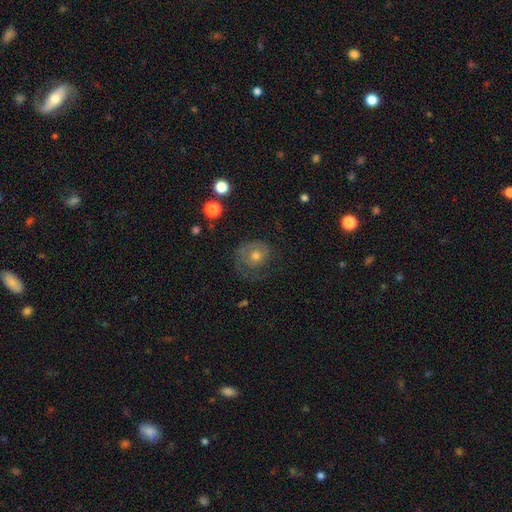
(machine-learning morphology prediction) This appears to be a featured or disk galaxy (59%) with no bar (84%), spiral arms (69%) and a moderate central bulge (66%). Merging: none (57%).